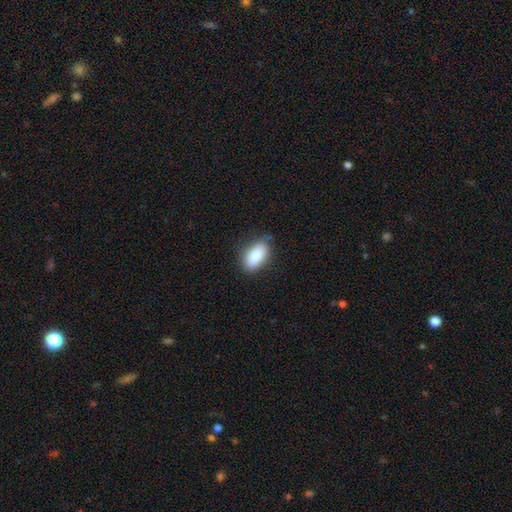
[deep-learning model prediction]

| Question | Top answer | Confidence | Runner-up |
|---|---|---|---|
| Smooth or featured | smooth | 86% | featured or disk (7%) |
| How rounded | in between | 90% | cigar-shaped (6%) |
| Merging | none | 75% | minor disturbance (19%) |